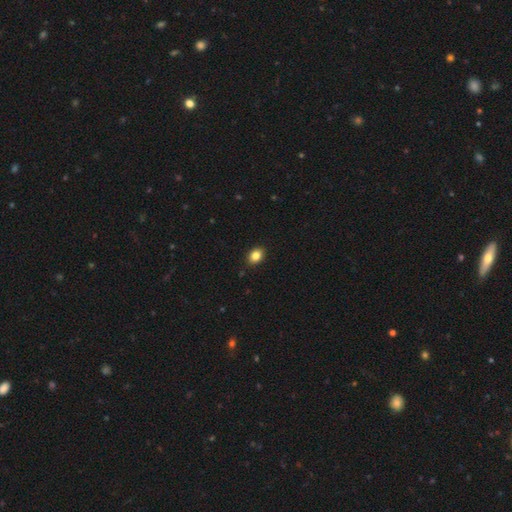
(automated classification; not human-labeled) The model was most divided on "how rounded": in between: 65%, round: 34%, cigar-shaped: 1%. More confident: merging — none (89%); smooth or featured — smooth (84%).